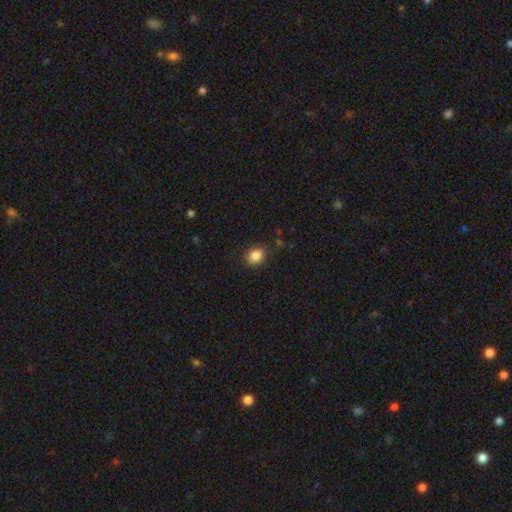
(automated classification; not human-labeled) A smooth galaxy with no disk features (86%) that is round (57%).

Vote fractions:
- Smooth or featured? smooth: 86% / star or artifact: 10% / featured or disk: 4%
- How rounded? round: 57% / in between: 42% / cigar-shaped: 1%
- Merging? none: 85% / minor disturbance: 11% / major disturbance: 3% / merger: 1%